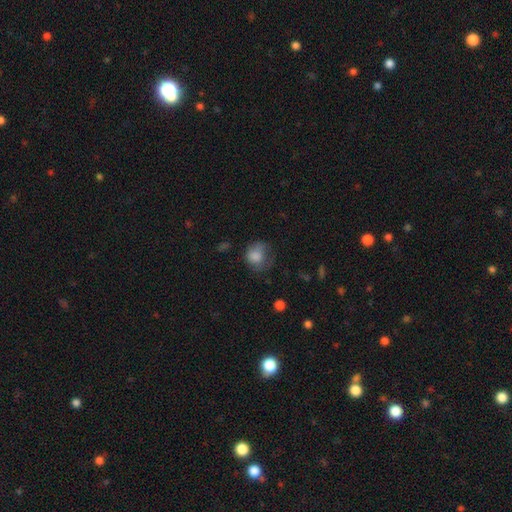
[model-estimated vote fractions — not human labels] The model was most divided on "merging": none: 40%, minor disturbance: 30%, major disturbance: 28%, merger: 2%. More confident: smooth or featured — smooth (78%); how rounded — round (66%).